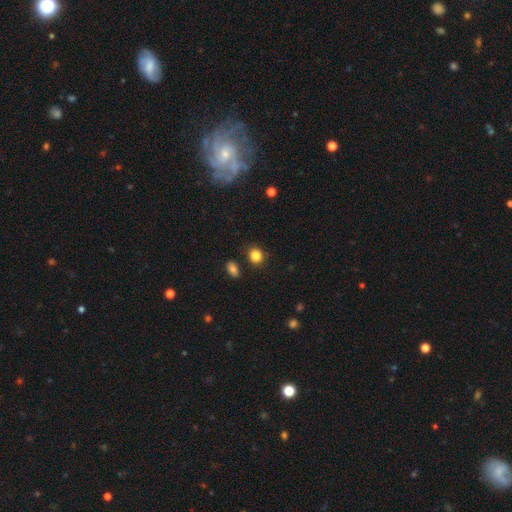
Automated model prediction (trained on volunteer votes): Morphology: type=smooth (85%); roundness=round (77%); merging=none (82%).